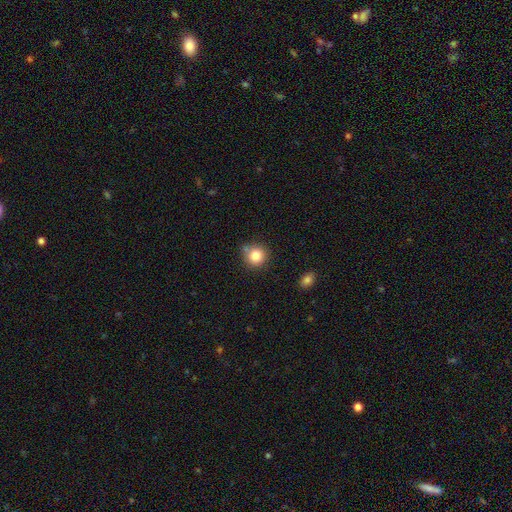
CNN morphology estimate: smooth-or-featured: smooth: 82% | star or artifact: 11% | featured or disk: 7%
  how-rounded: round: 91% | in between: 8% | cigar-shaped: 1%
  merging: none: 71% | minor disturbance: 16% | merger: 9% | major disturbance: 4%